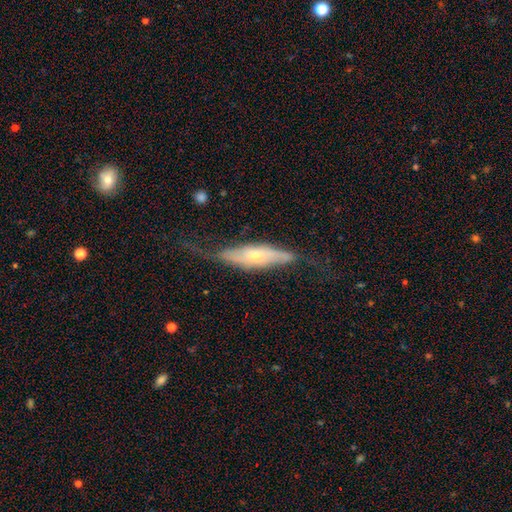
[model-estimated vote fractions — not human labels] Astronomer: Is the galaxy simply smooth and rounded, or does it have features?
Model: featured or disk — 66%.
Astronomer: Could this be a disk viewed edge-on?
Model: yes — 53% (runner-up: no, 47%).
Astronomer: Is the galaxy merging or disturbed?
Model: none — 53%.